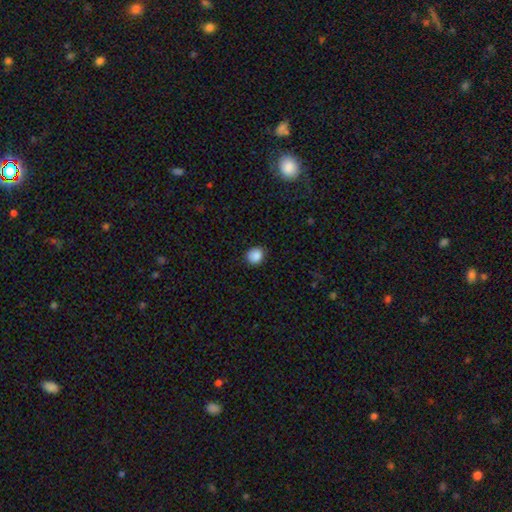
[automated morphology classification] Q: Smooth or featured?
A: smooth (88%); runner-up: star or artifact (9%)
Q: How rounded?
A: round (76%); runner-up: in between (23%)
Q: Merging?
A: none (84%); runner-up: minor disturbance (12%)